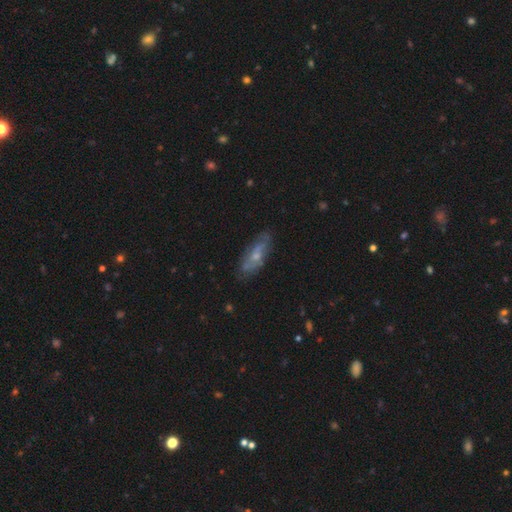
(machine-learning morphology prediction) Q: Smooth or featured?
A: featured or disk (51%); runner-up: smooth (41%)
Q: Edge-on disk?
A: no (76%); runner-up: yes (24%)
Q: Merging?
A: none (68%); runner-up: minor disturbance (22%)